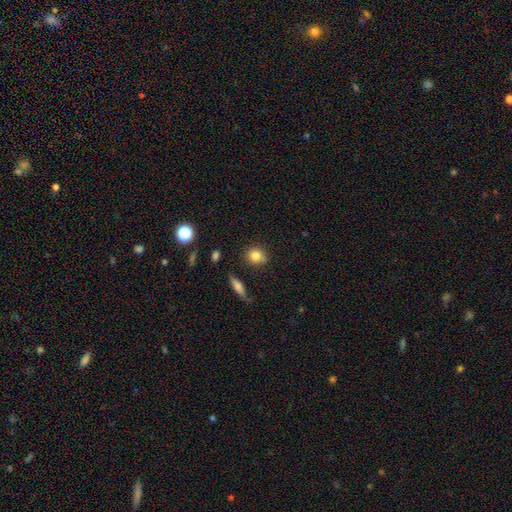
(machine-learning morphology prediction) This is clearly a smooth galaxy (82%). How rounded: likely round (74%). Merging: likely none (78%).